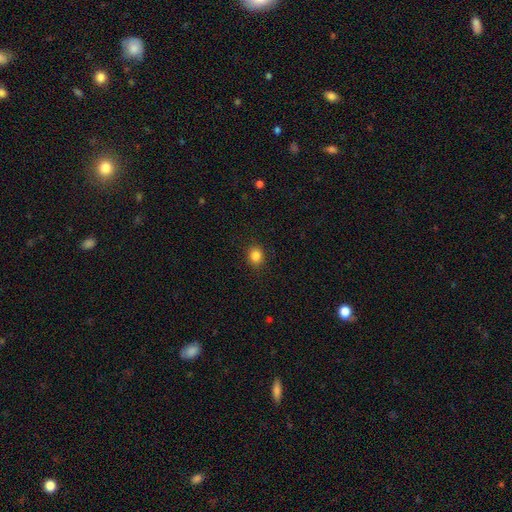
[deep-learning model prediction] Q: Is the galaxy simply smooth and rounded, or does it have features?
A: smooth — 85%.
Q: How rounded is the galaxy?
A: round — 72%.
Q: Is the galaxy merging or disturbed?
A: none — 89%.